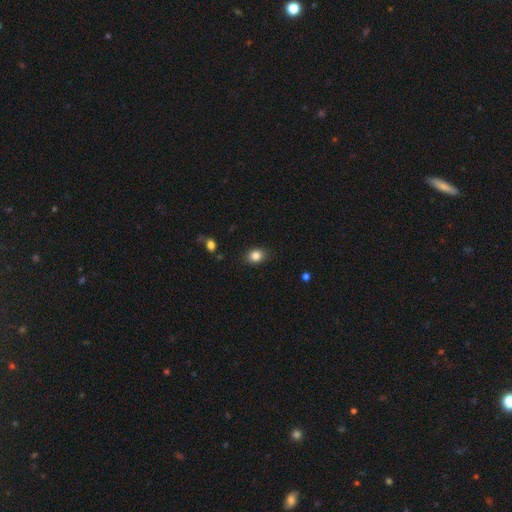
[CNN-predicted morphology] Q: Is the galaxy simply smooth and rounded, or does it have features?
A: smooth — 84%.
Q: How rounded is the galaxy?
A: round — 51%.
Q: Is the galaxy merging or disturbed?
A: none — 85%.